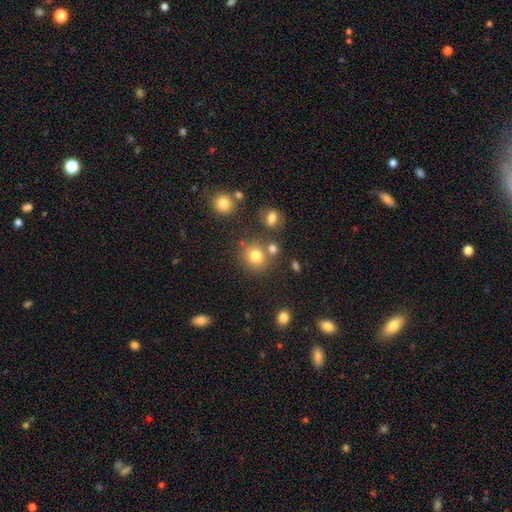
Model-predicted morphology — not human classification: Smooth or featured? Predicted: smooth (p=0.77). How rounded? Predicted: round (p=0.83). Merging? Predicted: none (p=0.68).